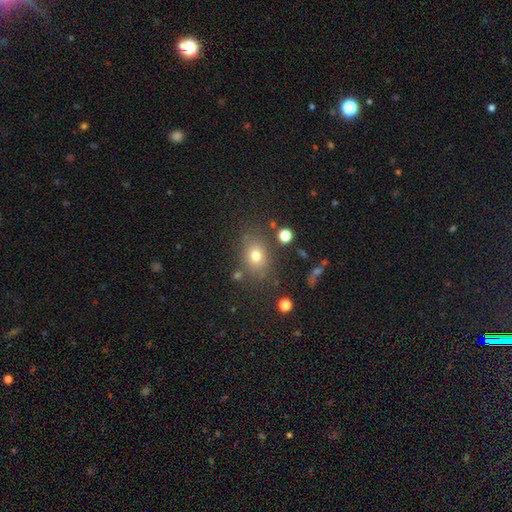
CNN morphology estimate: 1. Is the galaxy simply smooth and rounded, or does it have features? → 74% smooth, 15% star or artifact, 11% featured or disk.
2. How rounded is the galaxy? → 56% in between, 43% round, 1% cigar-shaped.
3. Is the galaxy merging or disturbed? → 76% none, 13% minor disturbance, 5% major disturbance, 5% merger.